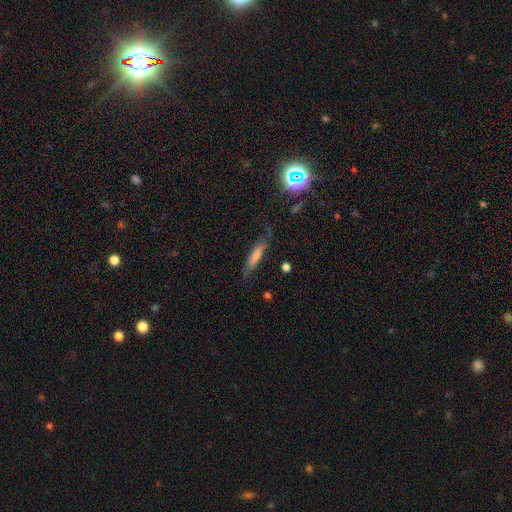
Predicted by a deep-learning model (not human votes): Smooth or featured? smooth (69%)
How rounded? cigar-shaped (77%)
Merging? none (64%)